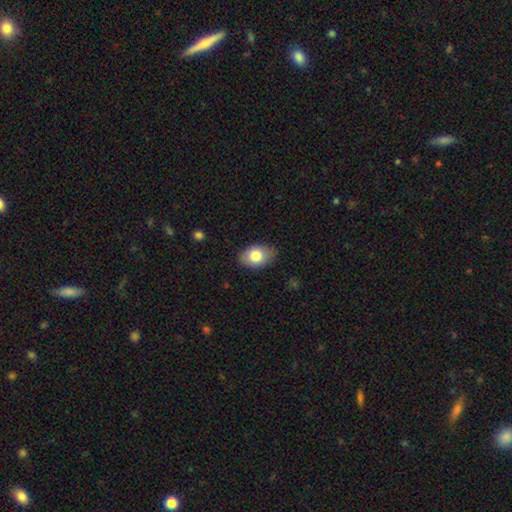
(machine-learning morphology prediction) This is likely a smooth galaxy (79%). How rounded: clearly in between (84%). Merging: clearly none (82%).